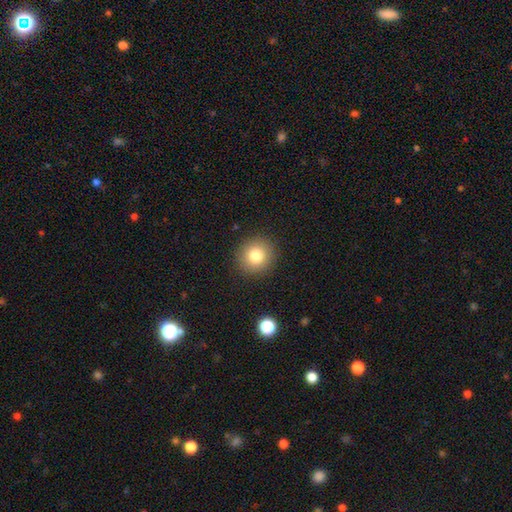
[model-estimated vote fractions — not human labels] This appears to be a smooth galaxy with no disk features (79%) that is round (91%). Merging: none (91%).